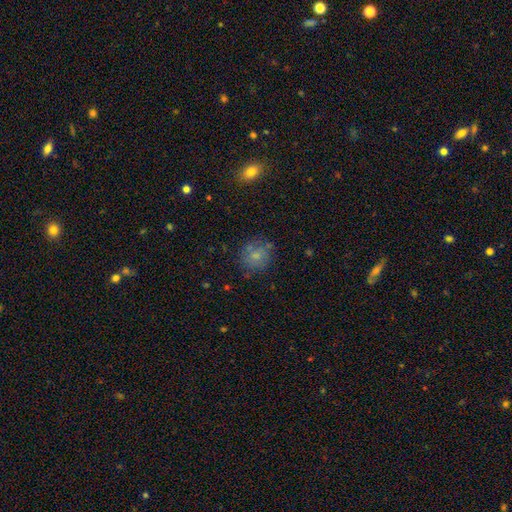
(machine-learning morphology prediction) Overall: smooth (64%; featured or disk 25%). How rounded: round (85%). Merging: none (70%).